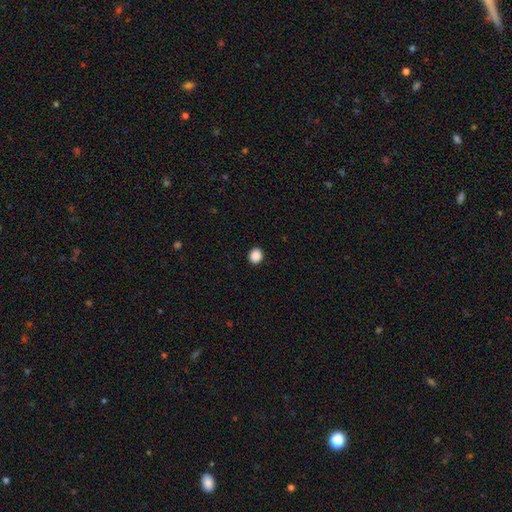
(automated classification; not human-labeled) This appears to be a smooth galaxy with no disk features (89%) that is round (74%). Merging: none (92%).